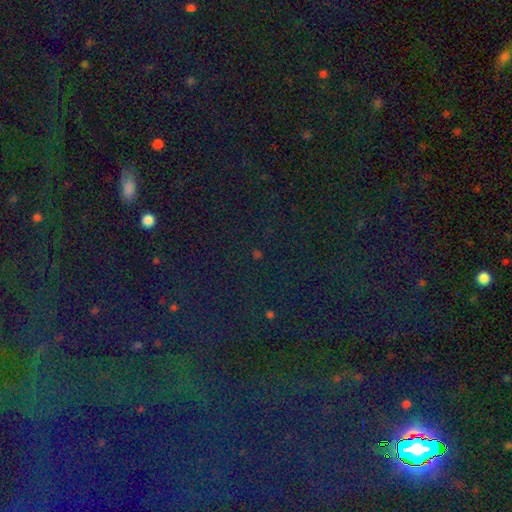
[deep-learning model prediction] This appears to be a star or artifact, not a galaxy (83%).